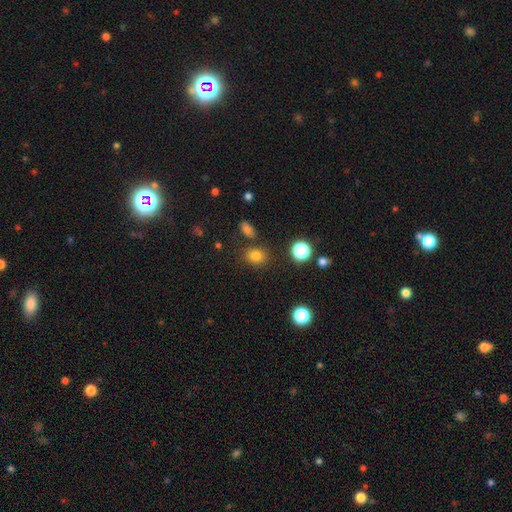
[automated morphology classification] Q: Smooth or featured?
A: smooth (77%); runner-up: star or artifact (17%)
Q: How rounded?
A: round (61%); runner-up: in between (38%)
Q: Merging?
A: none (78%); runner-up: minor disturbance (11%)